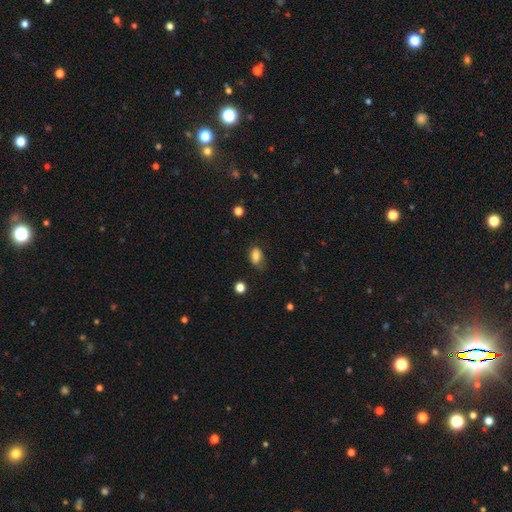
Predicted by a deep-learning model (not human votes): smooth_or_featured: smooth (p=0.81) [alt: star or artifact p=0.10]
how_rounded: in between (p=0.85) [alt: round p=0.13]
merging: none (p=0.64) [alt: minor disturbance p=0.27]